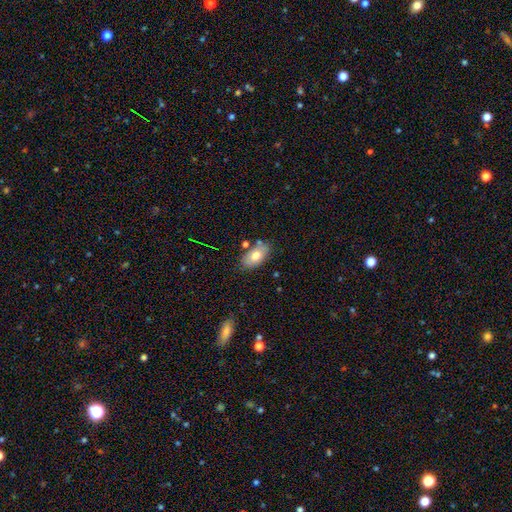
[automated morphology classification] type=smooth (74%); roundness=in between (92%); merging=none (76%).